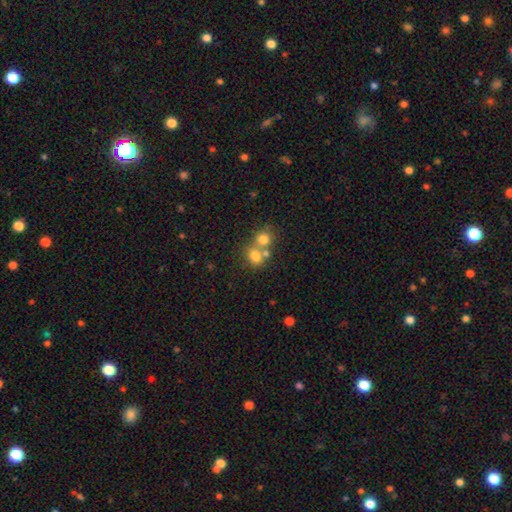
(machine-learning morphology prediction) smooth 74%, star or artifact 14%, featured or disk 13%. Down the decision tree: how rounded — round (69%); merging — merger (51%).